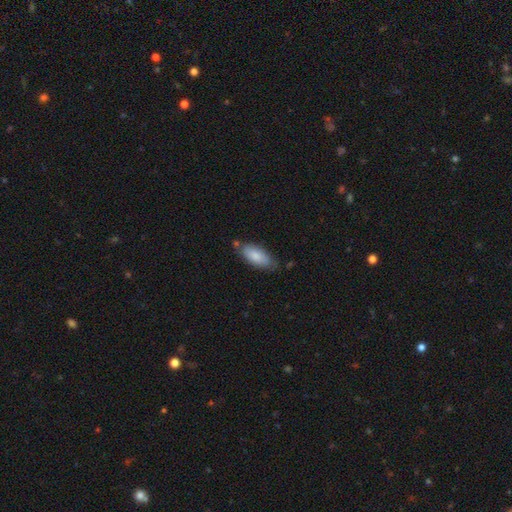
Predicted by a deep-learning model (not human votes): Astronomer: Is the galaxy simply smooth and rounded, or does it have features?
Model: smooth — 82%.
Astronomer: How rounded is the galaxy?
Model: in between — 86%.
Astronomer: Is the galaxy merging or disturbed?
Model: none — 65%.